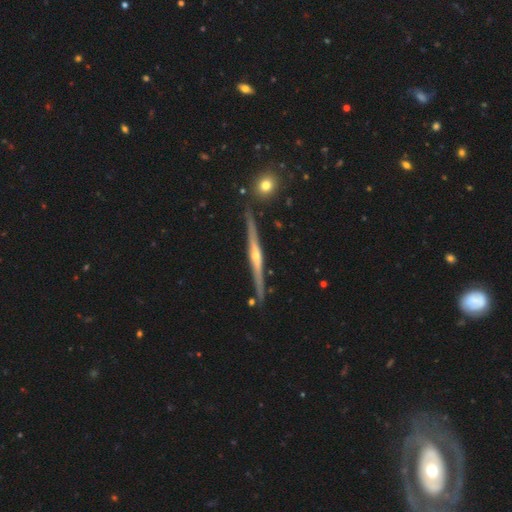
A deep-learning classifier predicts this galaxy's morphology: featured or disk 85%, smooth 9%, star or artifact 6%. Down the decision tree: edge-on disk — yes (98%); edge-on bulge — rounded (81%); merging — none (87%).